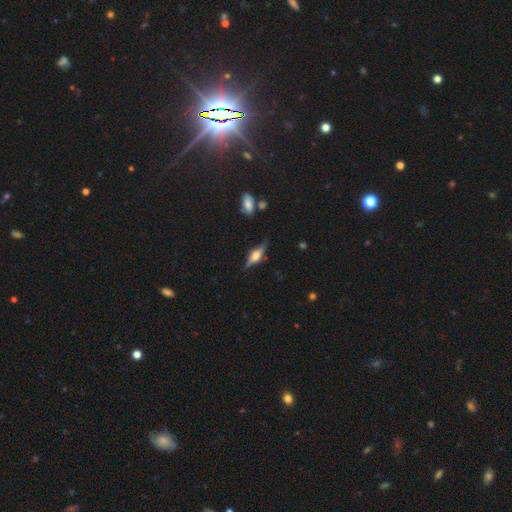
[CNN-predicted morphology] Smooth or featured? featured or disk (72%)
Edge-on disk? yes (96%)
Edge-on bulge? rounded (84%)
Merging? none (82%)